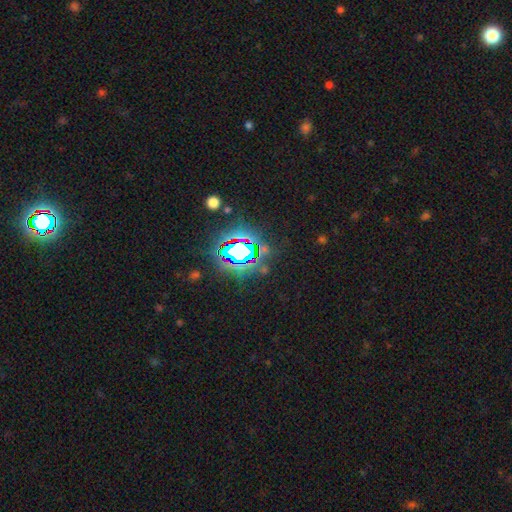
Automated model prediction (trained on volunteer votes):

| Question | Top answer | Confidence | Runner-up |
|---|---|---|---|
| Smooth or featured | star or artifact | 84% | smooth (9%) |